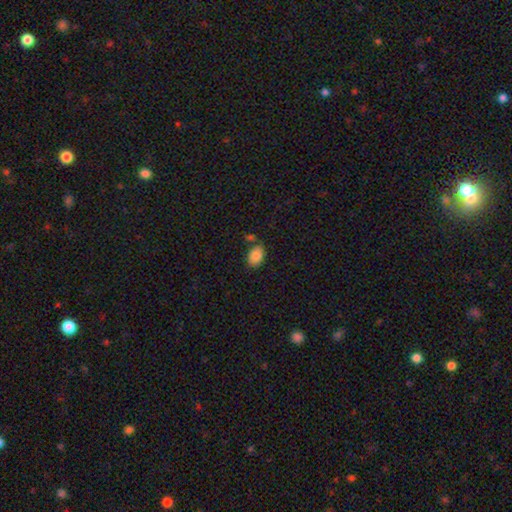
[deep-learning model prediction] Smooth or featured? Predicted: smooth (p=0.84). How rounded? Predicted: in between (p=0.82). Merging? Predicted: none (p=0.70).